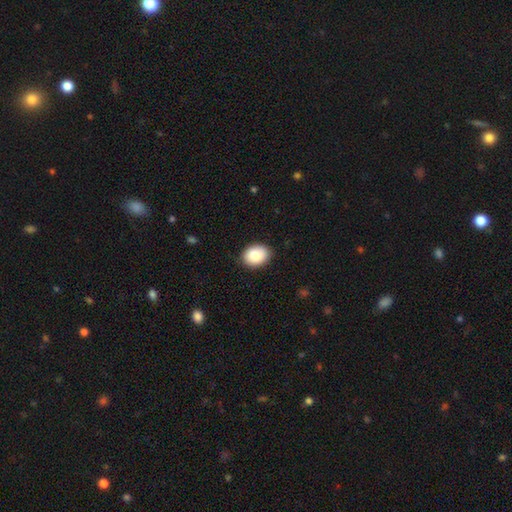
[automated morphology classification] smooth 86%, featured or disk 7%, star or artifact 7%. Down the decision tree: how rounded — in between (67%); merging — none (88%).